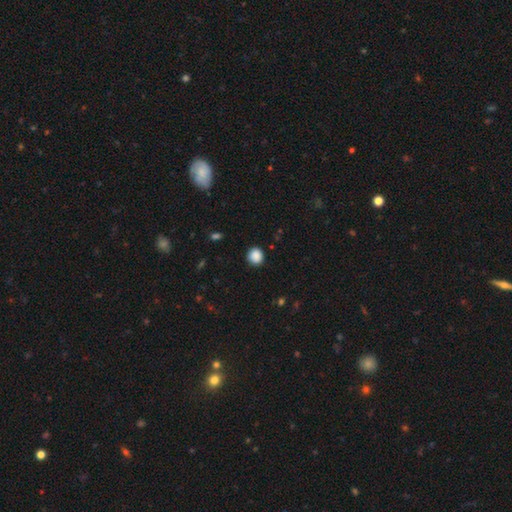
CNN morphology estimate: Smooth or featured: smooth — 88% (star or artifact — 9%)
How rounded: round — 90% (in between — 9%)
Merging: none — 89% (minor disturbance — 8%)